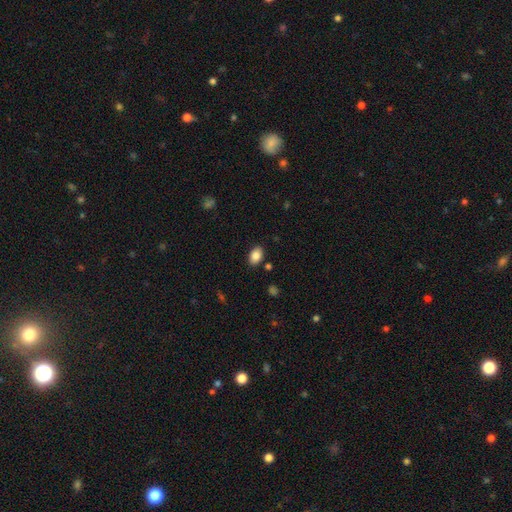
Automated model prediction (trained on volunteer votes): smooth 85%, star or artifact 8%, featured or disk 7%. Down the decision tree: how rounded — in between (86%); merging — none (85%).